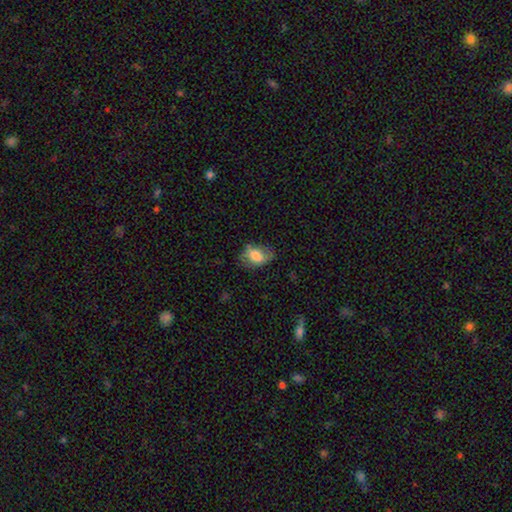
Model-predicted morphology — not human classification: smooth_or_featured: smooth (p=0.71) [alt: featured or disk p=0.21]
how_rounded: in between (p=0.81) [alt: round p=0.17]
merging: none (p=0.57) [alt: minor disturbance p=0.28]